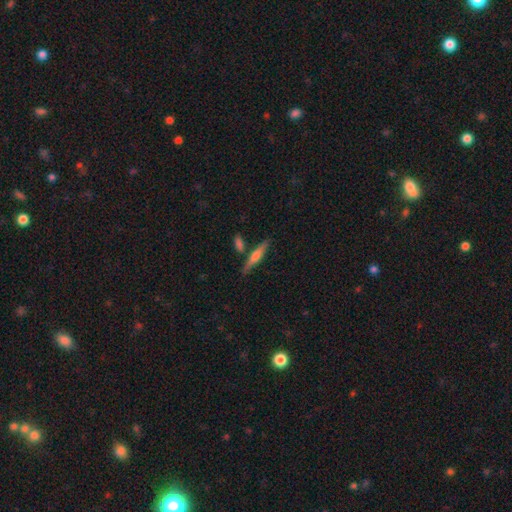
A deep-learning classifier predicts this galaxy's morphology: smooth-or-featured: featured or disk: 47% (tied) | smooth: 47% (tied) | star or artifact: 6%
  merging: none: 78% | minor disturbance: 11% | merger: 9% | major disturbance: 3%